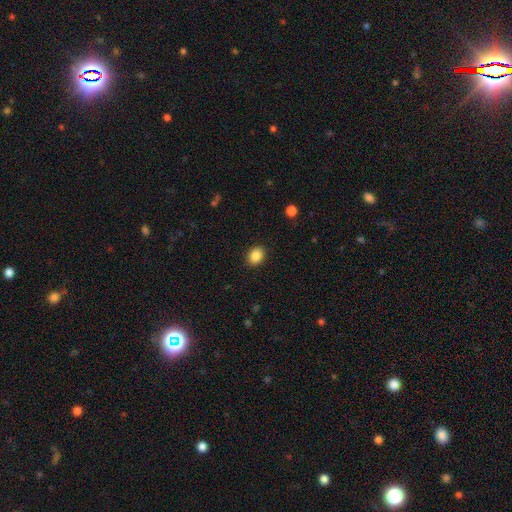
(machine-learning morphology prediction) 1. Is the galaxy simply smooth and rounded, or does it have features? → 87% smooth, 9% star or artifact, 4% featured or disk.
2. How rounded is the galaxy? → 54% round, 45% in between, 1% cigar-shaped.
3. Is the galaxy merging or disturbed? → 90% none, 7% minor disturbance, 2% major disturbance, 1% merger.